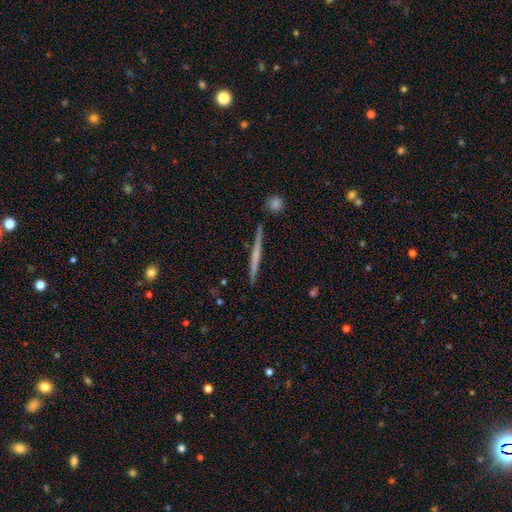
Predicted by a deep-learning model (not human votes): Smooth or featured? Predicted: featured or disk (p=0.54). Edge-on disk? Predicted: yes (p=0.98). Edge-on bulge? Predicted: none (p=0.76). Merging? Predicted: none (p=0.91).